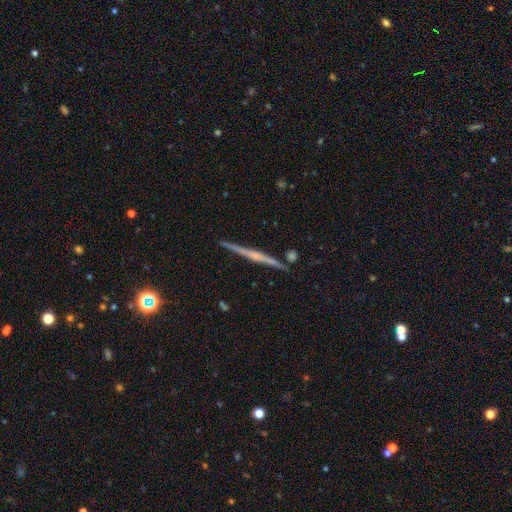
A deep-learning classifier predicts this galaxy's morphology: This is likely a featured or disk galaxy (76%). It is clearly viewed edge-on (98%). Edge-on bulge: possibly rounded (53%). Merging: clearly none (90%).